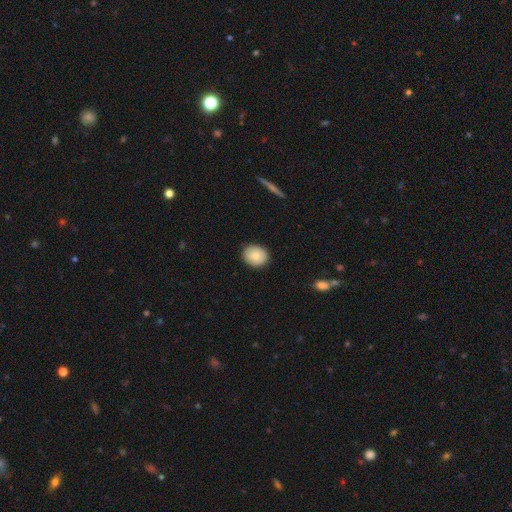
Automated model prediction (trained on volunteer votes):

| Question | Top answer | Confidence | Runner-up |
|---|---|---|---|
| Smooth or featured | smooth | 82% | featured or disk (11%) |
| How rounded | round | 60% | in between (39%) |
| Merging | none | 88% | minor disturbance (9%) |